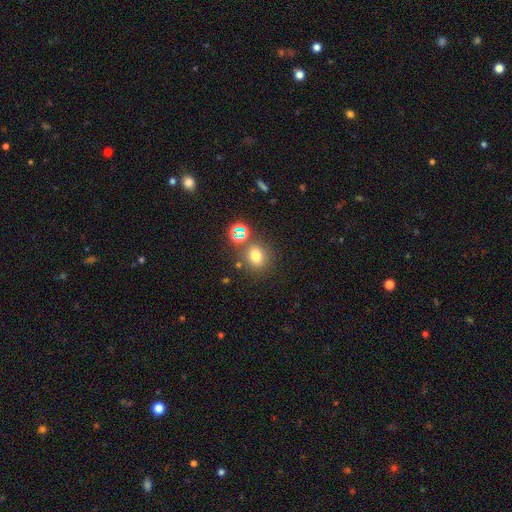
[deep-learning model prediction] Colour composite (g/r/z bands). It shows a smooth galaxy with no disk features (70%) that is round (72%). Merging: none (74%).